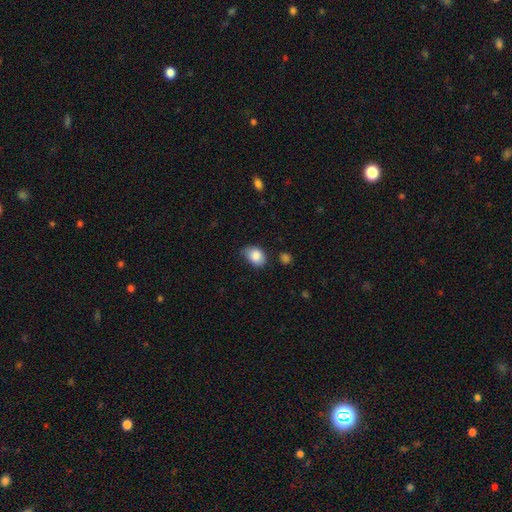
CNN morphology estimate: smooth-or-featured: smooth: 86% | star or artifact: 8% | featured or disk: 7%
  how-rounded: in between: 77% | round: 22% | cigar-shaped: 1%
  merging: none: 56% | minor disturbance: 35% | major disturbance: 7% | merger: 3%